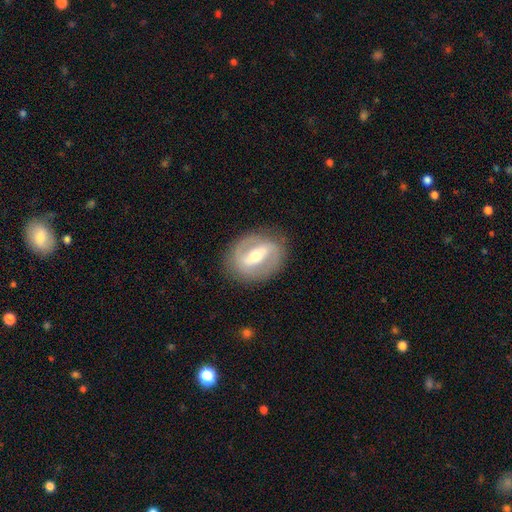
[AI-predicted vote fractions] Smooth or featured? featured or disk (77%)
Edge-on disk? no (94%)
Bar? strong (59%)
Spiral arms? yes (68%)
Bulge size? moderate (67%)
Merging? none (82%)